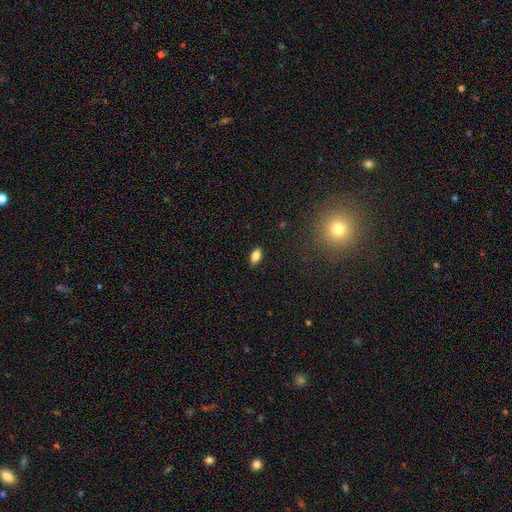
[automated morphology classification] Smooth or featured? Predicted: smooth (p=0.80). How rounded? Predicted: in between (p=0.88). Merging? Predicted: none (p=0.88).